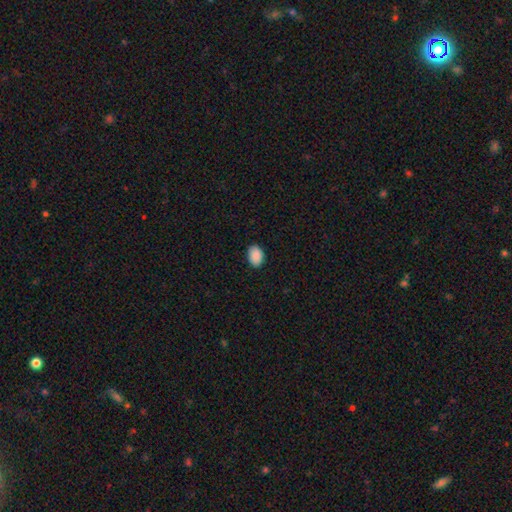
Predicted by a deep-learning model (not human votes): Smooth or featured? Predicted: smooth (p=0.90). How rounded? Predicted: in between (p=0.85). Merging? Predicted: none (p=0.89).